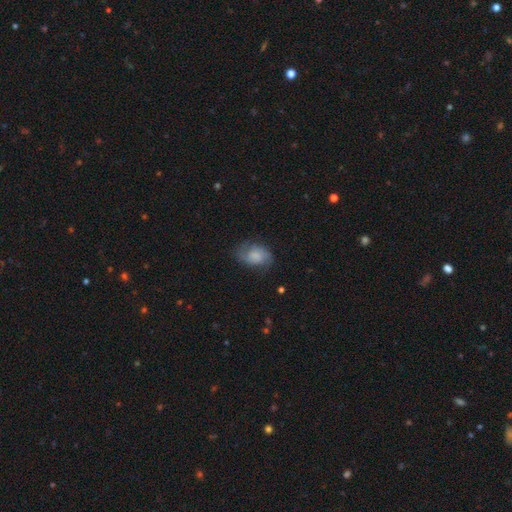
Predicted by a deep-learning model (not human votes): A smooth galaxy with no disk features (53%) that is in between round and cigar-shaped (76%).

Vote fractions:
- Smooth or featured? smooth: 53% / featured or disk: 38% / star or artifact: 9%
- How rounded? in between: 76% / round: 22% / cigar-shaped: 1%
- Merging? none: 63% / minor disturbance: 24% / major disturbance: 12% / merger: 1%